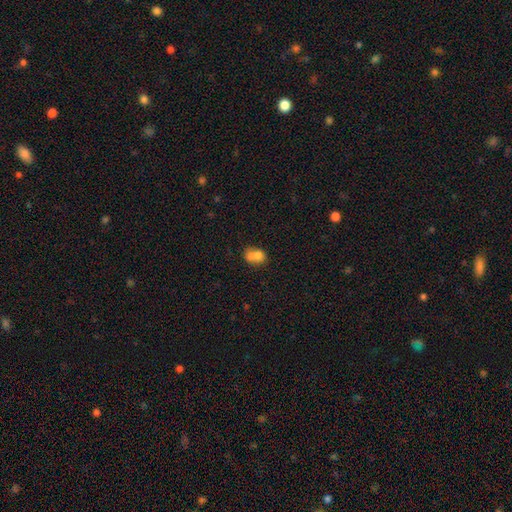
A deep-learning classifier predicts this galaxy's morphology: A smooth galaxy with no disk features (70%) that is round (56%).

Vote fractions:
- Smooth or featured? smooth: 70% / featured or disk: 20% / star or artifact: 10%
- How rounded? round: 56% / in between: 43% / cigar-shaped: 1%
- Merging? merger: 65% / none: 25% / minor disturbance: 7% / major disturbance: 3%